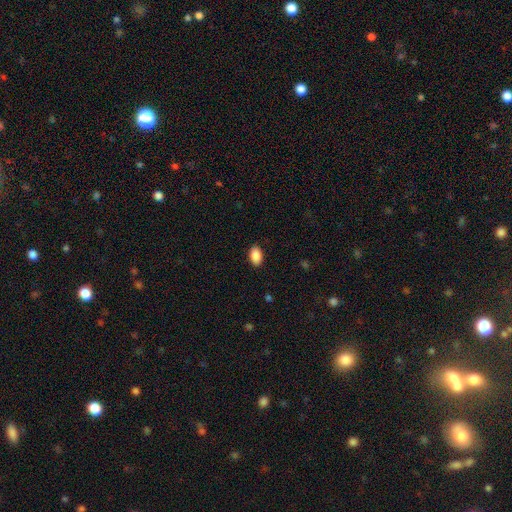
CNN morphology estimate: This appears to be a smooth galaxy with no disk features (89%) that is in between round and cigar-shaped (91%). Merging: none (88%).